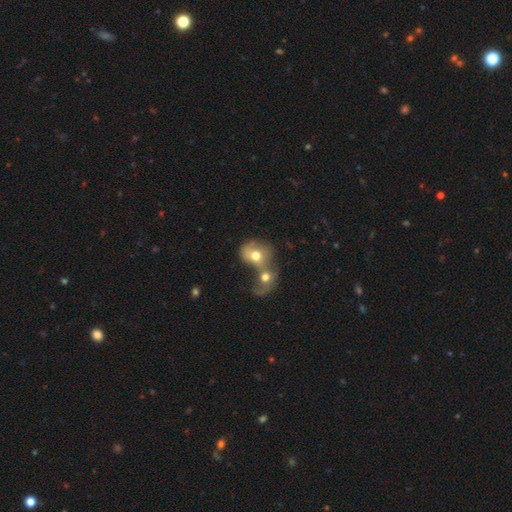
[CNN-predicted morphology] A smooth galaxy with no disk features (63%) that is round (56%). Merging: merger (76%).